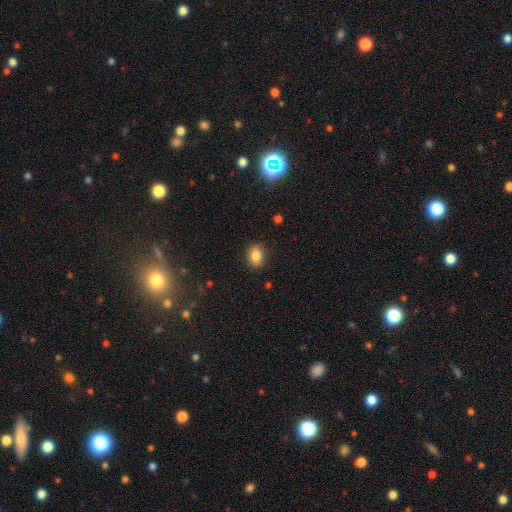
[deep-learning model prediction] Morphology: type=smooth (84%); roundness=in between (70%); merging=none (85%).